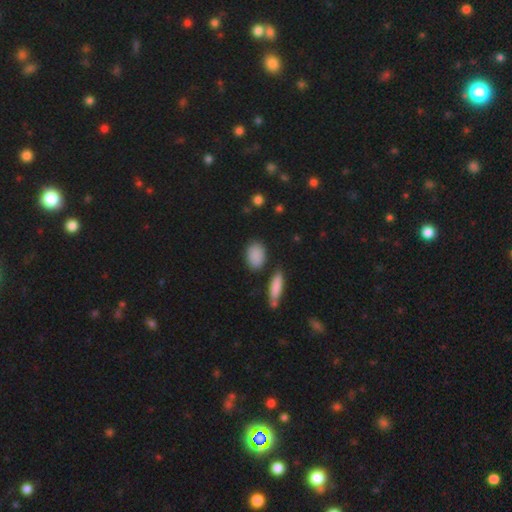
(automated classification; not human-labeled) Smooth or featured? Predicted: smooth (p=0.88). How rounded? Predicted: in between (p=0.79). Merging? Predicted: none (p=0.80).